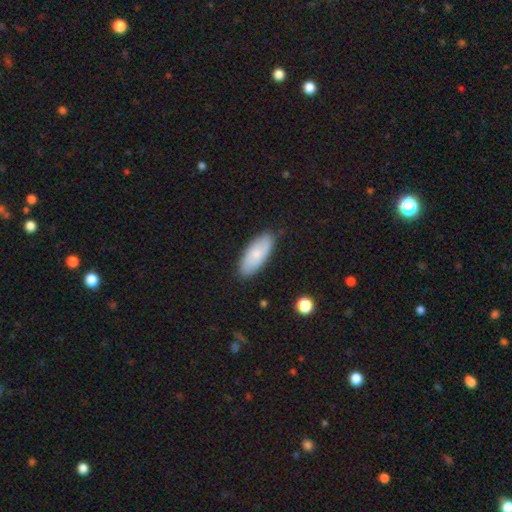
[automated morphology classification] This is likely a smooth galaxy (75%). How rounded: clearly in between (82%). Merging: clearly none (85%).